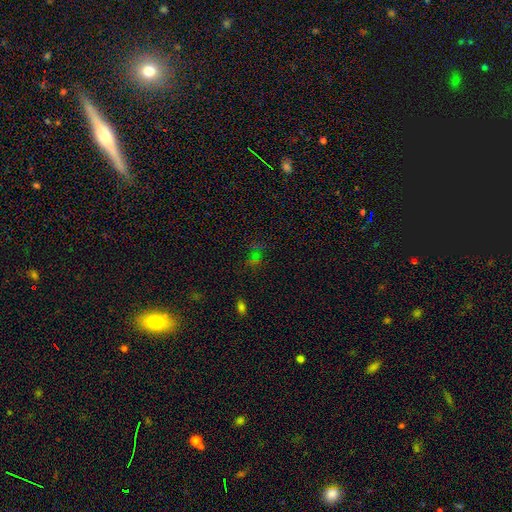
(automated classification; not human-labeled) Overall: star or artifact (52%; smooth 36%).